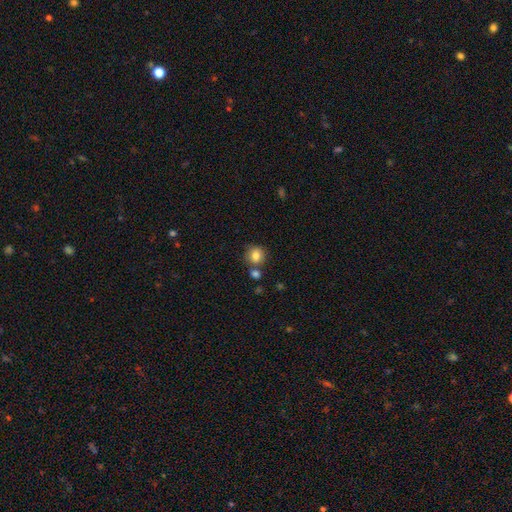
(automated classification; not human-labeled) A smooth galaxy with no disk features (82%) that is round (90%). Merging: none (70%).